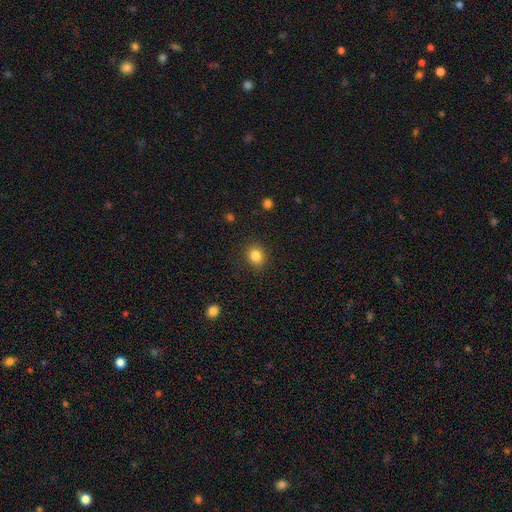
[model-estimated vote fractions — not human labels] Smooth or featured: smooth — 85% (star or artifact — 10%)
How rounded: round — 65% (in between — 34%)
Merging: none — 88% (minor disturbance — 8%)